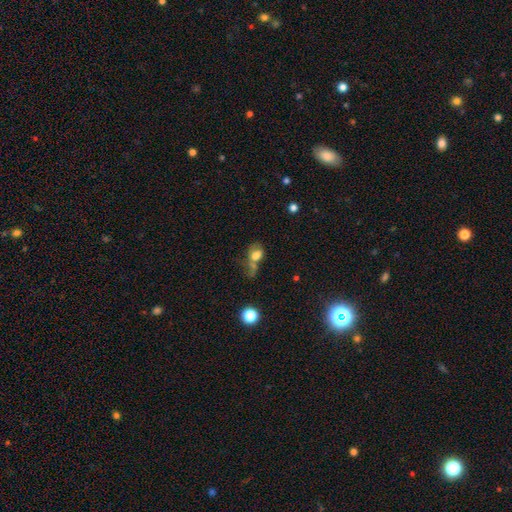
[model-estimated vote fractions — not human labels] smooth-or-featured: smooth: 62% | featured or disk: 23% | star or artifact: 14%
  how-rounded: in between: 62% | round: 36% | cigar-shaped: 3%
  merging: merger: 33% | major disturbance: 28% | none: 23% | minor disturbance: 16%